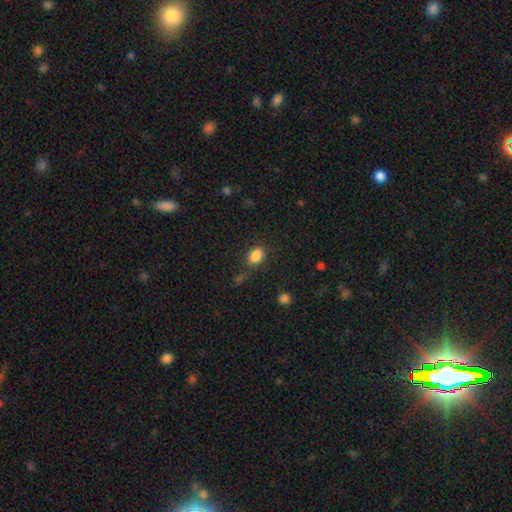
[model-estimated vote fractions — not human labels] smooth_or_featured: smooth (p=0.85) [alt: star or artifact p=0.10]
how_rounded: in between (p=0.72) [alt: round p=0.26]
merging: none (p=0.75) [alt: minor disturbance p=0.15]